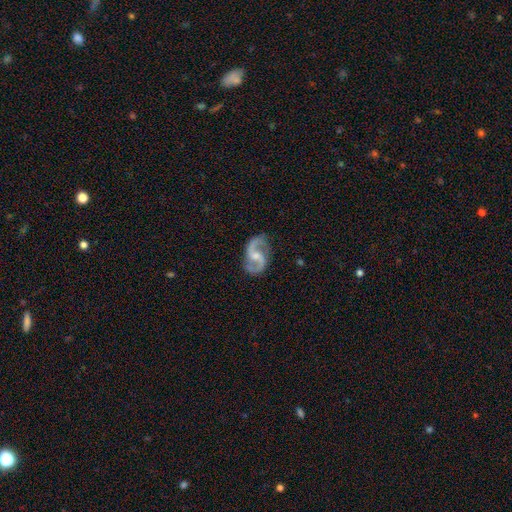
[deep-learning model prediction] This appears to be a featured or disk galaxy (92%) with a weak bar (49%), 2 (94%) medium (53%) spiral arms (98%) and a moderate central bulge (49%). Merging: none (81%).